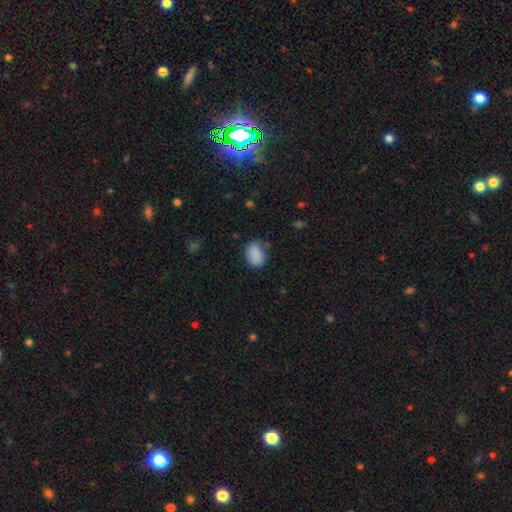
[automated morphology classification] type=smooth (88%); roundness=in between (82%); merging=none (73%).